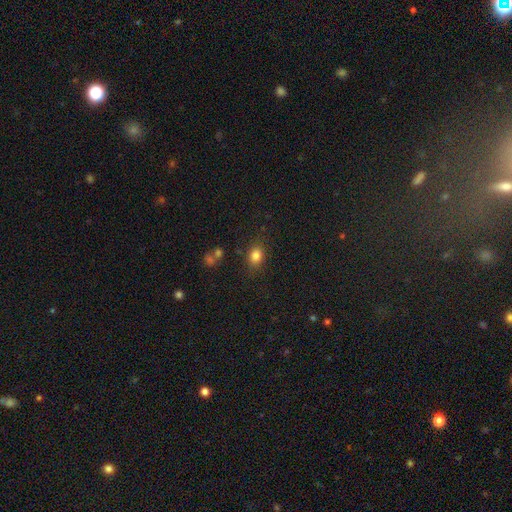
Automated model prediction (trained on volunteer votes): Smooth or featured? smooth (82%)
How rounded? in between (59%)
Merging? none (80%)